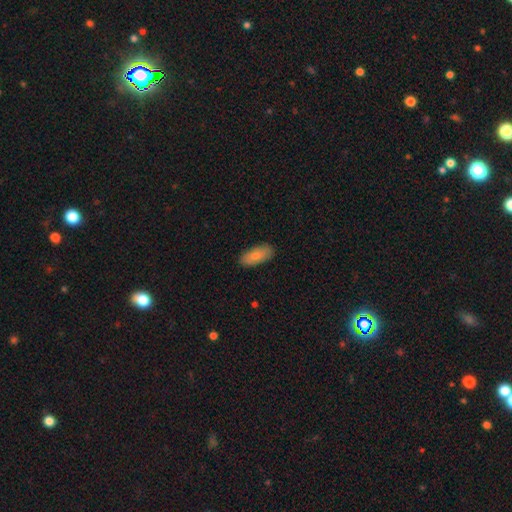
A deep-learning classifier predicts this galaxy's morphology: A smooth galaxy with no disk features (79%) that is in between round and cigar-shaped (88%).

Vote fractions:
- Smooth or featured? smooth: 79% / featured or disk: 15% / star or artifact: 6%
- How rounded? in between: 88% / cigar-shaped: 10% / round: 3%
- Merging? none: 87% / minor disturbance: 10% / major disturbance: 2% / merger: 1%